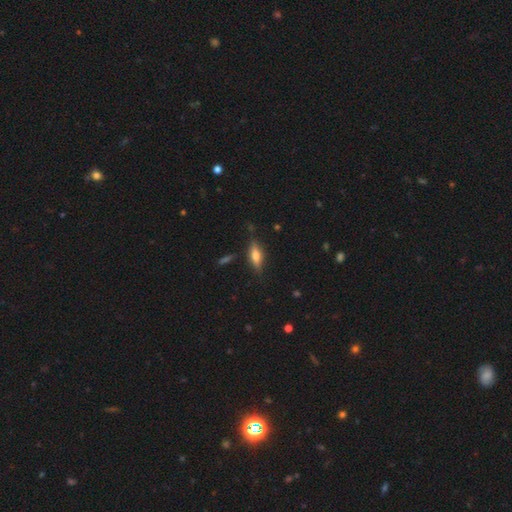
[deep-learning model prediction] Morphology: type=smooth (49%); merging=none (80%).